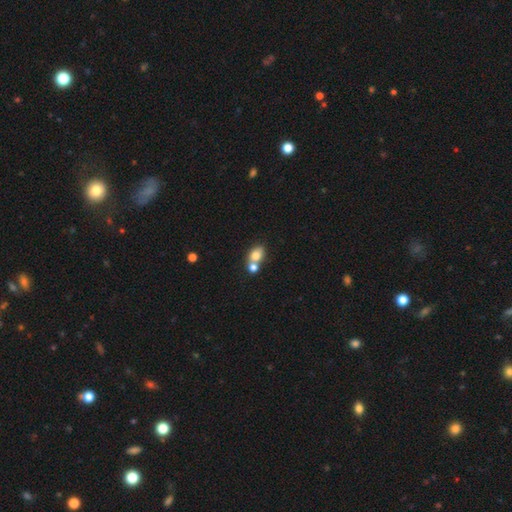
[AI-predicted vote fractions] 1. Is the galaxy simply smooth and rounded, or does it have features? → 77% smooth, 13% featured or disk, 10% star or artifact.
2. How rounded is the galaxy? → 66% in between, 33% round, 2% cigar-shaped.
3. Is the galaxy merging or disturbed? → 49% merger, 38% none, 9% minor disturbance, 4% major disturbance.